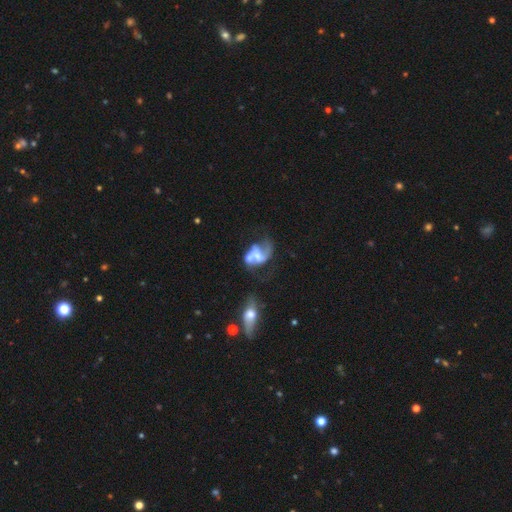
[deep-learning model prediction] This appears to be a featured or disk galaxy (71%) with no bar (52%), spiral arms (73%) and a moderate central bulge (40%). Merging: merger (44%).